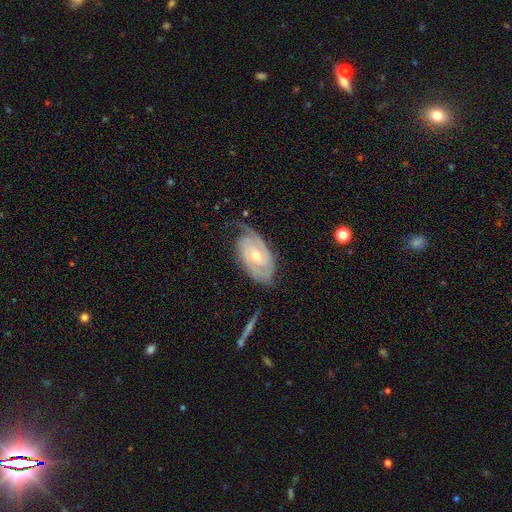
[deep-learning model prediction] Smooth or featured? featured or disk (89%)
Edge-on disk? no (96%)
Bar? no (50%)
Spiral arms? yes (97%)
Spiral winding? tight (69%)
Spiral arm count? 2 (69%)
Bulge size? moderate (55%)
Merging? none (69%)